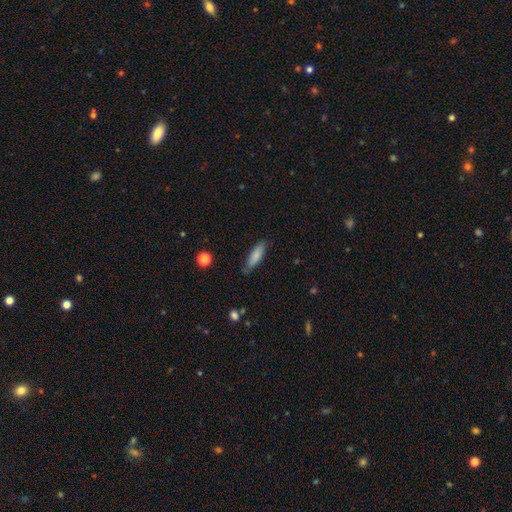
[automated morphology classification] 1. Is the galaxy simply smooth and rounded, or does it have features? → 81% smooth, 13% featured or disk, 6% star or artifact.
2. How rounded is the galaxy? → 52% cigar-shaped, 46% in between, 2% round.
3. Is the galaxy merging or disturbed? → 75% none, 20% minor disturbance, 4% major disturbance, 2% merger.